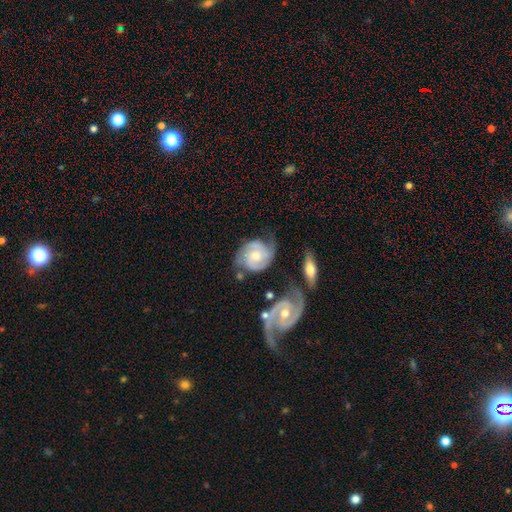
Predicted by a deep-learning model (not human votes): This is likely a featured or disk galaxy (80%). It is clearly not viewed edge-on (97%). Bar: likely no (64%). Spiral arm pattern: clearly yes (96%). Spiral arm count: likely 2 (64%). Spiral winding: possibly tight (48%). Central bulge: possibly moderate (56%). Merging: possibly none (53%).